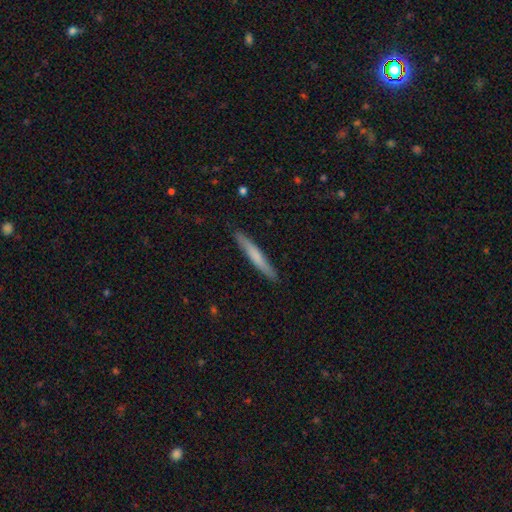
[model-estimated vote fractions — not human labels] Q: Smooth or featured?
A: smooth (65%); runner-up: featured or disk (29%)
Q: How rounded?
A: cigar-shaped (96%); runner-up: in between (3%)
Q: Merging?
A: none (90%); runner-up: minor disturbance (8%)